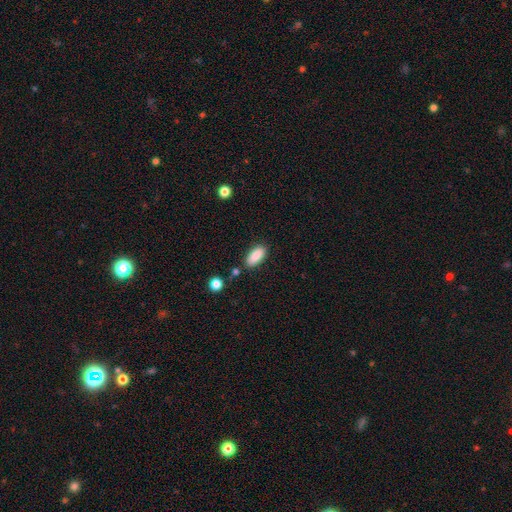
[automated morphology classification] Smooth or featured? Predicted: smooth (p=0.88). How rounded? Predicted: in between (p=0.86). Merging? Predicted: none (p=0.82).